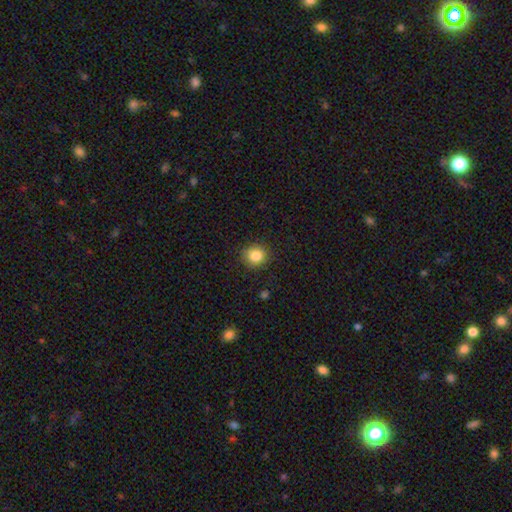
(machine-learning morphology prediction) This is clearly a smooth galaxy (84%). How rounded: clearly round (86%). Merging: clearly none (88%).